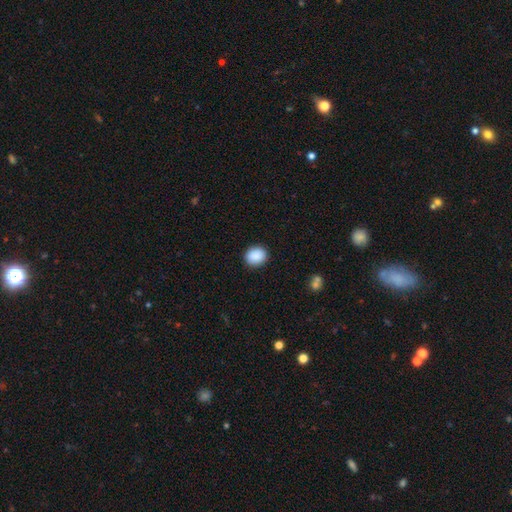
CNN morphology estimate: Smooth or featured? smooth (90%)
How rounded? round (64%)
Merging? none (90%)